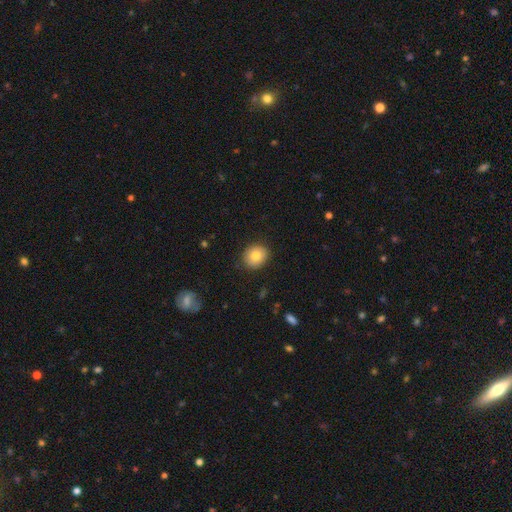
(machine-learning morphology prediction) smooth_or_featured: smooth (p=0.82) [alt: featured or disk p=0.10]
how_rounded: round (p=0.70) [alt: in between p=0.30]
merging: none (p=0.88) [alt: minor disturbance p=0.08]